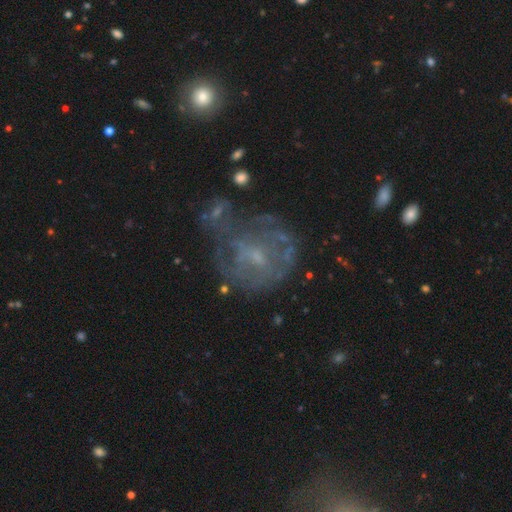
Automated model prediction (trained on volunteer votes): A featured or disk galaxy (66%) with no bar (57%), no spiral arms (56%) and a small central bulge (55%). Merging: none (46%).